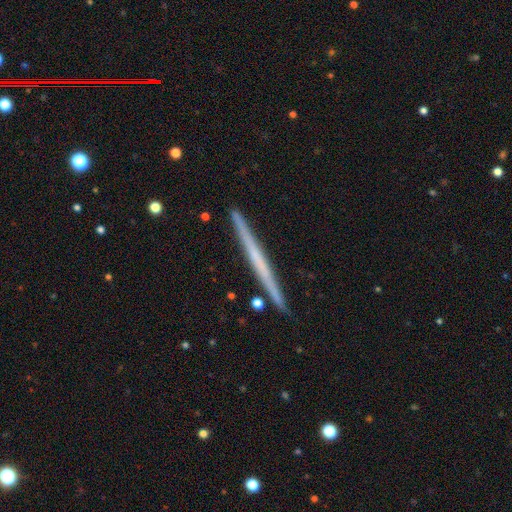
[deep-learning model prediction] A featured or disk galaxy (61%) viewed edge-on (97%) with no central bulge (75%).

Vote fractions:
- Smooth or featured? featured or disk: 61% / smooth: 31% / star or artifact: 8%
- Edge-on disk? yes: 97% / no: 3%
- Edge-on bulge? none: 75% / rounded: 20% / boxy: 5%
- Merging? none: 89% / minor disturbance: 8% / merger: 2% / major disturbance: 2%